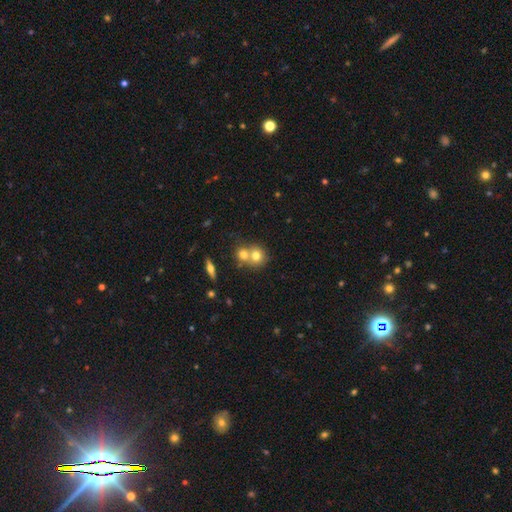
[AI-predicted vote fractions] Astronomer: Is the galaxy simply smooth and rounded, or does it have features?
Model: smooth — 71%.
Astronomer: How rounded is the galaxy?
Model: round — 81%.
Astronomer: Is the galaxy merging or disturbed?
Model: merger — 57% (runner-up: none, 34%).